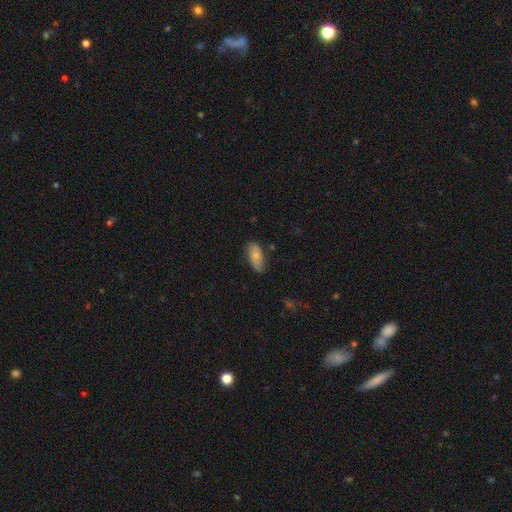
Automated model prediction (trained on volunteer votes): Overall: smooth (72%). How rounded: in between (88%). Merging: none (76%).